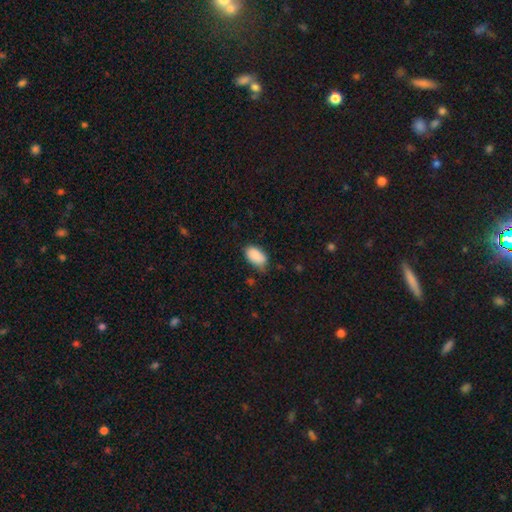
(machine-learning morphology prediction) smooth_or_featured: smooth (p=0.89) [alt: star or artifact p=0.07]
how_rounded: in between (p=0.93) [alt: round p=0.05]
merging: none (p=0.62) [alt: minor disturbance p=0.30]